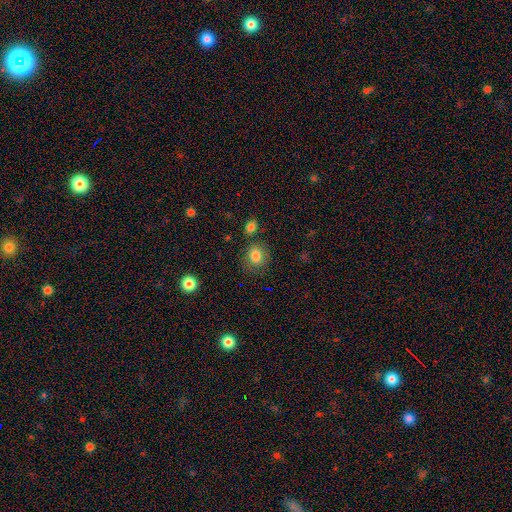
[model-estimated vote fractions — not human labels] Smooth or featured? Predicted: smooth (p=0.82). How rounded? Predicted: round (p=0.64). Merging? Predicted: none (p=0.72).